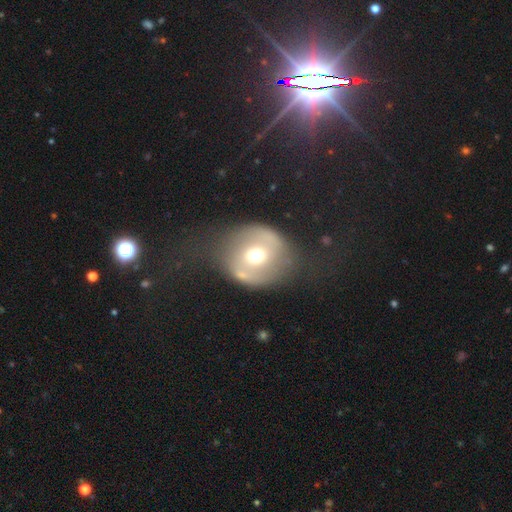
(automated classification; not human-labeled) Overall: featured or disk (47%; smooth 44%). Merging: none (61%).